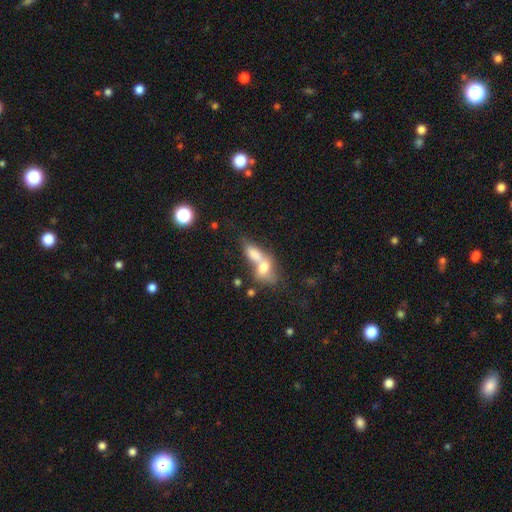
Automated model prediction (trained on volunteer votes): Morphology: type=smooth (65%); roundness=in between (65%); merging=merger (74%).